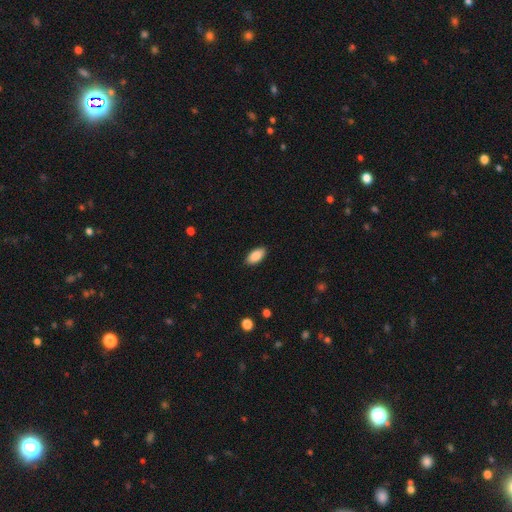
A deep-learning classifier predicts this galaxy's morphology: A smooth galaxy with no disk features (88%) that is in between round and cigar-shaped (93%). Merging: none (88%).